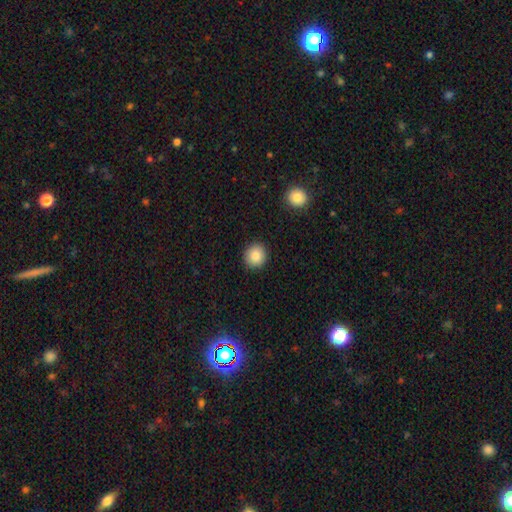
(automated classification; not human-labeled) A smooth galaxy with no disk features (86%) that is round (90%).

Vote fractions:
- Smooth or featured? smooth: 86% / star or artifact: 9% / featured or disk: 5%
- How rounded? round: 90% / in between: 9% / cigar-shaped: 1%
- Merging? none: 91% / minor disturbance: 6% / major disturbance: 2% / merger: 1%